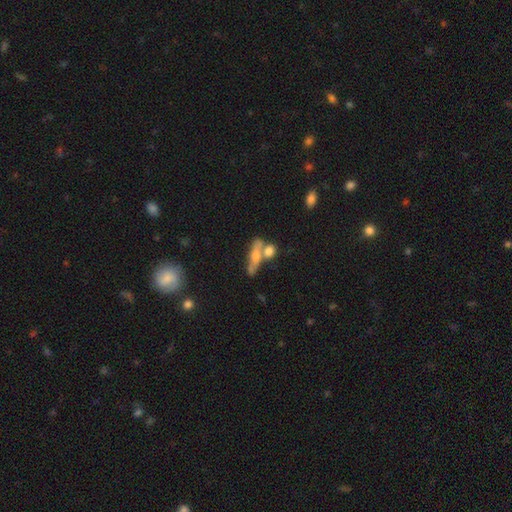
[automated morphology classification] smooth 48%, featured or disk 43%, star or artifact 10%. Down the decision tree: merging — none (43%).